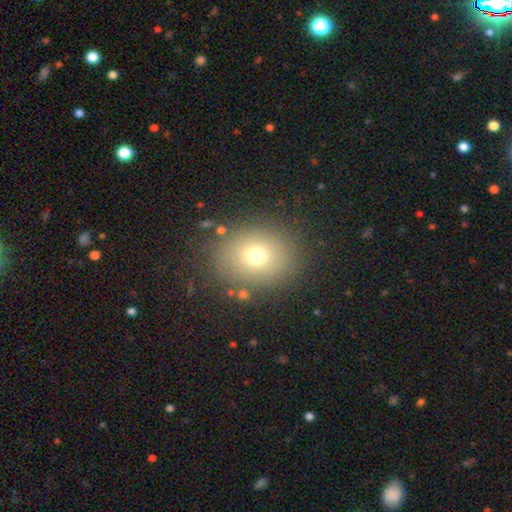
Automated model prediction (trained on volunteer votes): Smooth or featured: smooth — 70% (star or artifact — 16%)
How rounded: round — 61% (in between — 38%)
Merging: none — 84% (minor disturbance — 10%)